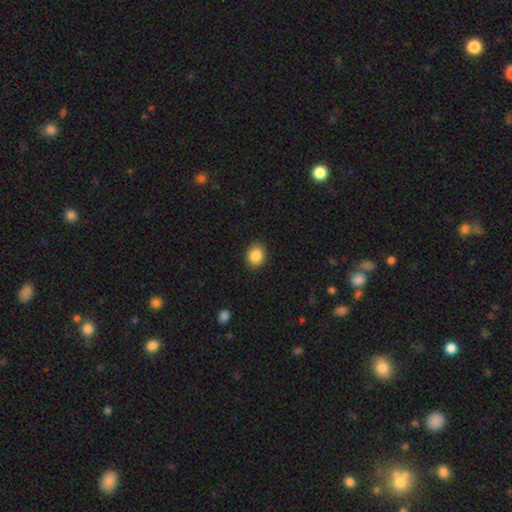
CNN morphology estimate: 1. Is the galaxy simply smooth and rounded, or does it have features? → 87% smooth, 8% star or artifact, 4% featured or disk.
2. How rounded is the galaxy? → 53% in between, 47% round, 1% cigar-shaped.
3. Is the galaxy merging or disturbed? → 89% none, 8% minor disturbance, 2% major disturbance, 1% merger.